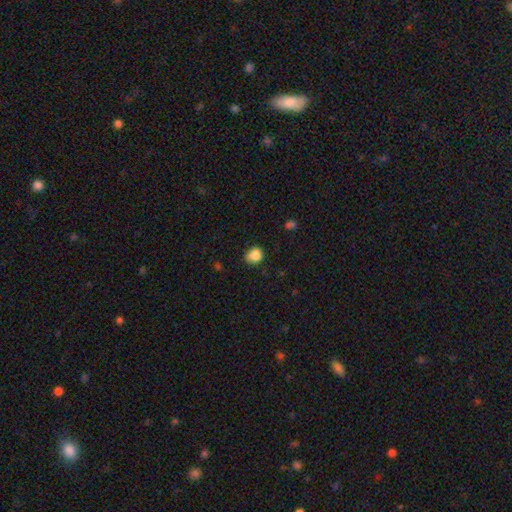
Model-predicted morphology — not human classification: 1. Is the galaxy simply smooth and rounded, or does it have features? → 87% smooth, 10% star or artifact, 4% featured or disk.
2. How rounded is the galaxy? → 70% round, 30% in between, 1% cigar-shaped.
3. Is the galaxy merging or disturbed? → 77% none, 17% minor disturbance, 4% major disturbance, 2% merger.